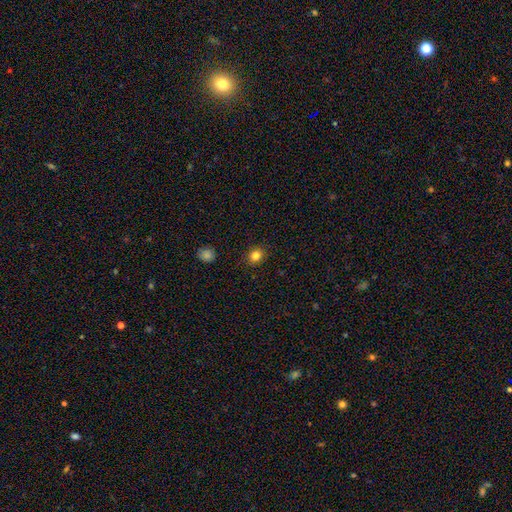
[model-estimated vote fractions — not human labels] This is clearly a smooth galaxy (82%). How rounded: likely round (68%). Merging: clearly none (89%).